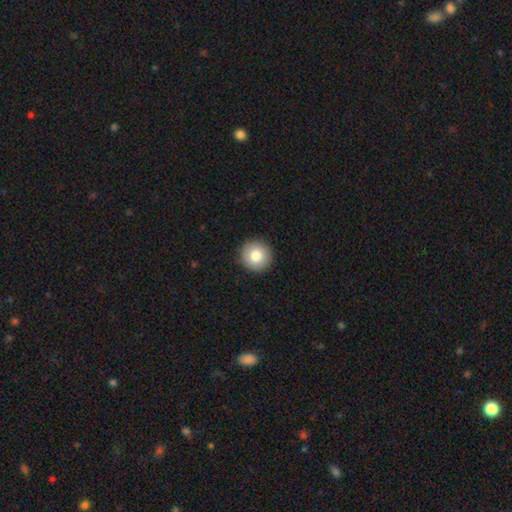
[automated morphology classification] smooth-or-featured: smooth: 81% | featured or disk: 10% | star or artifact: 9%
  how-rounded: round: 95% | in between: 4% | cigar-shaped: 1%
  merging: none: 93% | minor disturbance: 5% | major disturbance: 2% | merger: 1%